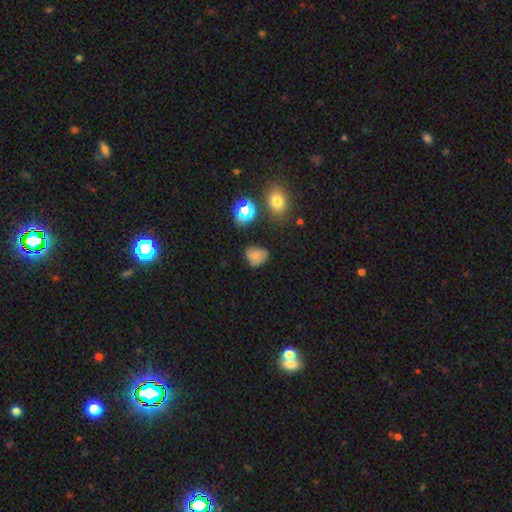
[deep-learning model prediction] This is likely a smooth galaxy (65%). How rounded: possibly round (53%). Merging: likely none (61%).